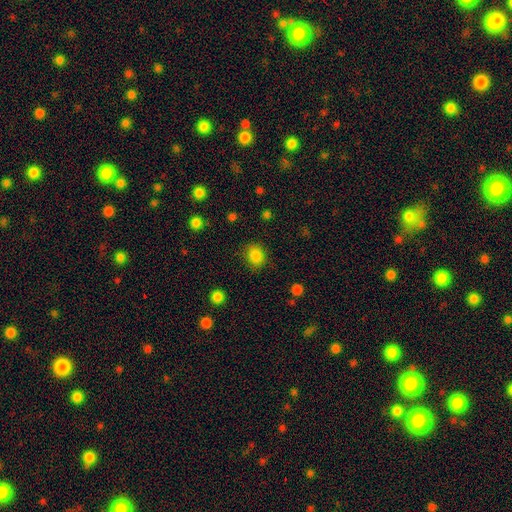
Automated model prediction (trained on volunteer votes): Overall: smooth (85%). How rounded: round (63%; in between 36%). Merging: none (81%).